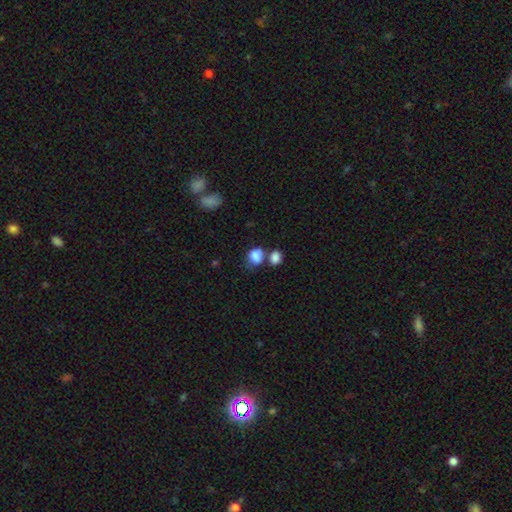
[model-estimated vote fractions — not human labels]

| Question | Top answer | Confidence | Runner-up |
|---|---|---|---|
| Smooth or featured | smooth | 84% | star or artifact (9%) |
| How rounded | in between | 50% | round (49%) |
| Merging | none | 39% | merger (37%) |